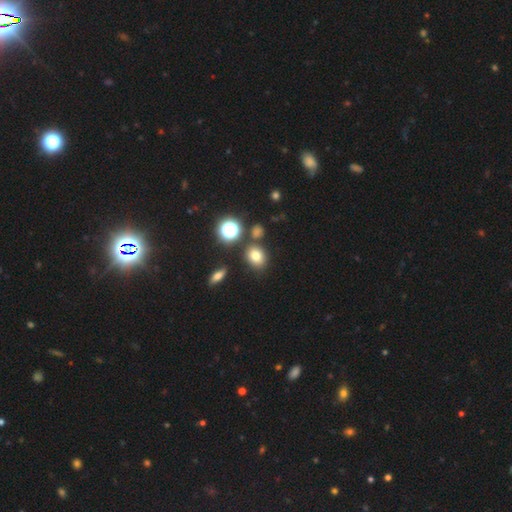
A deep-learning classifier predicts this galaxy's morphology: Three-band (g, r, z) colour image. It shows a smooth galaxy with no disk features (74%) that is round (51%). Merging: none (77%).